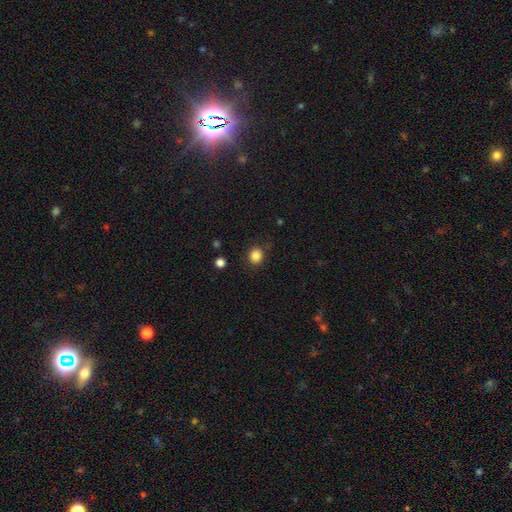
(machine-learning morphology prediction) smooth 85%, star or artifact 11%, featured or disk 4%. Down the decision tree: how rounded — round (78%); merging — none (85%).